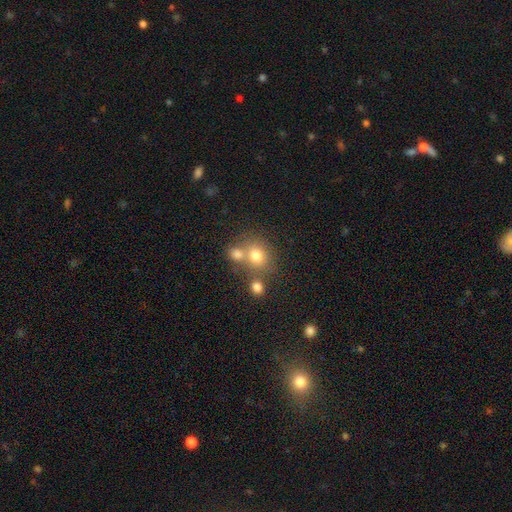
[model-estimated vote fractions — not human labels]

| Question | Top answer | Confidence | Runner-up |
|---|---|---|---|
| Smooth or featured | smooth | 75% | star or artifact (13%) |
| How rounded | round | 71% | in between (28%) |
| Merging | none | 49% | merger (38%) |